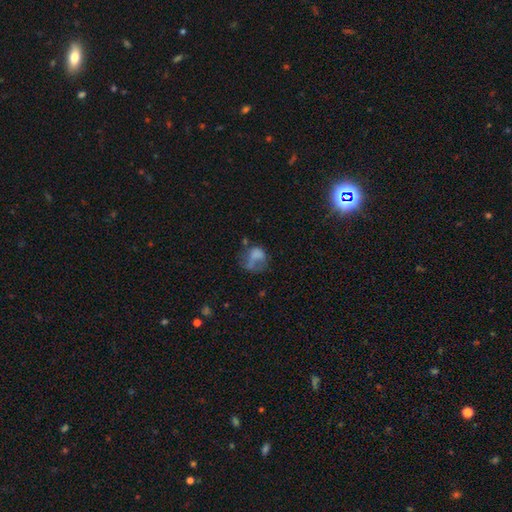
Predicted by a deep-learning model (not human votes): smooth_or_featured: smooth (p=0.60) [alt: featured or disk p=0.27]
how_rounded: in between (p=0.50) [alt: round p=0.48]
merging: major disturbance (p=0.38) [alt: none p=0.27]